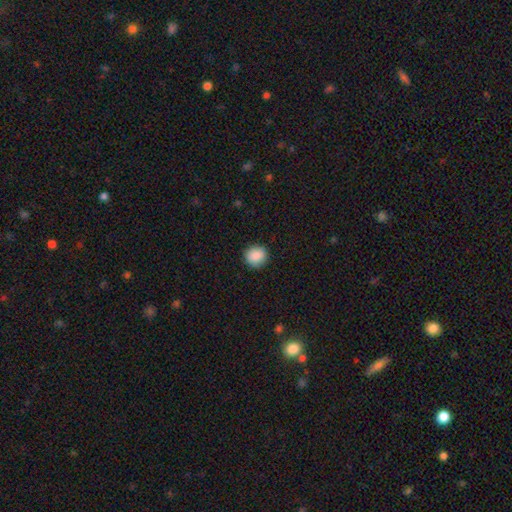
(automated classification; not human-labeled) This appears to be a smooth galaxy with no disk features (89%) that is round (89%). Merging: none (90%).